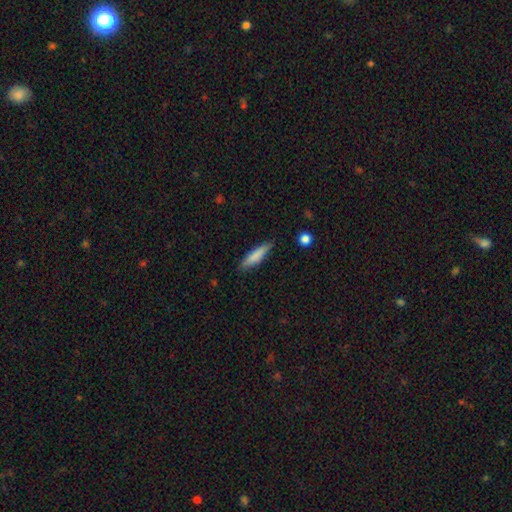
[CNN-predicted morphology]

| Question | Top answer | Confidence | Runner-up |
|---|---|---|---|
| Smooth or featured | smooth | 77% | featured or disk (17%) |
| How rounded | cigar-shaped | 80% | in between (19%) |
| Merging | none | 83% | minor disturbance (13%) |